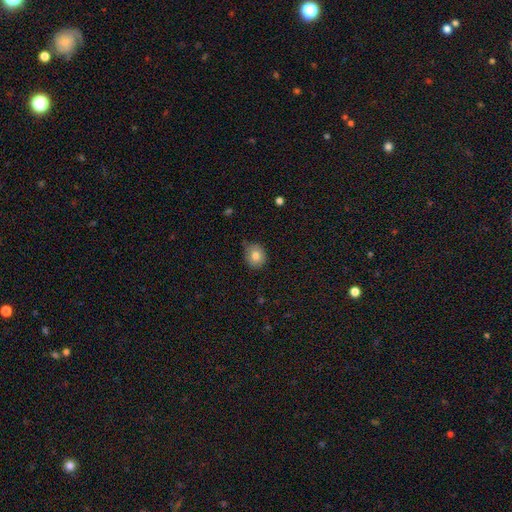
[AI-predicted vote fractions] Smooth or featured? smooth (80%)
How rounded? round (72%)
Merging? none (67%)